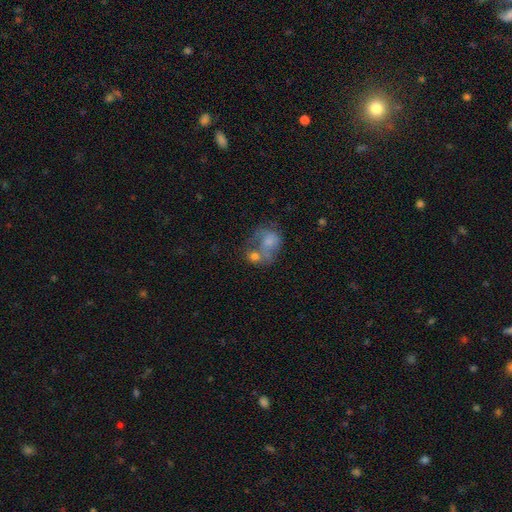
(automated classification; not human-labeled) This appears to be a smooth galaxy with no disk features (46%). Merging: merger (44%).